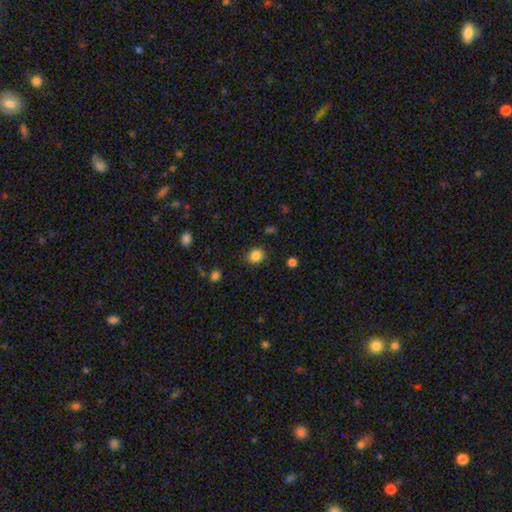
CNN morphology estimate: type=smooth (85%); roundness=round (77%); merging=none (86%).